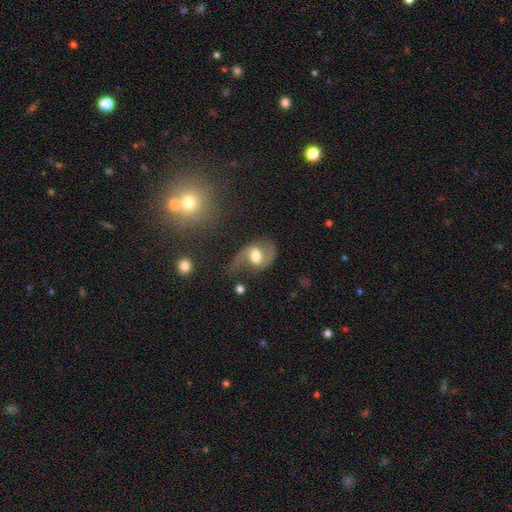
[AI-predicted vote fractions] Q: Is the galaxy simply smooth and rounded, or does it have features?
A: featured or disk — 71%.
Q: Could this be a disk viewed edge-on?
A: no — 96%.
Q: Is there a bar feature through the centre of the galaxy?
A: weak — 47%.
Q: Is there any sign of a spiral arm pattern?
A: yes — 89%.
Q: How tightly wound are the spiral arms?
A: loose — 60%.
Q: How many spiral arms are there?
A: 2 — 85%.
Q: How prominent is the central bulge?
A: moderate — 52%.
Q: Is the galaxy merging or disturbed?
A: none — 50%.